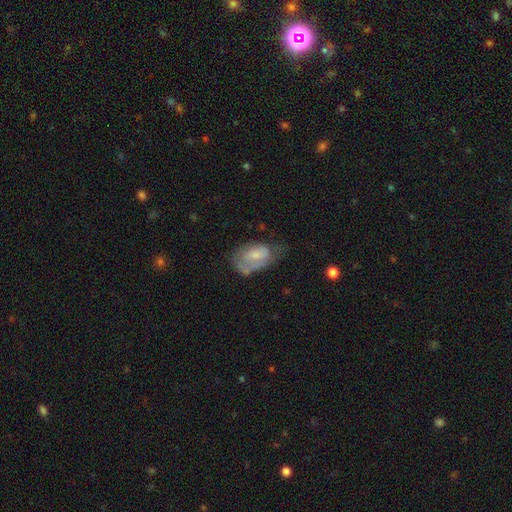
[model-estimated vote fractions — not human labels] A smooth galaxy with no disk features (52%) that is in between round and cigar-shaped (89%).

Vote fractions:
- Smooth or featured? smooth: 52% / featured or disk: 41% / star or artifact: 8%
- How rounded? in between: 89% / round: 9% / cigar-shaped: 2%
- Merging? minor disturbance: 34% / none: 33% / major disturbance: 29% / merger: 4%